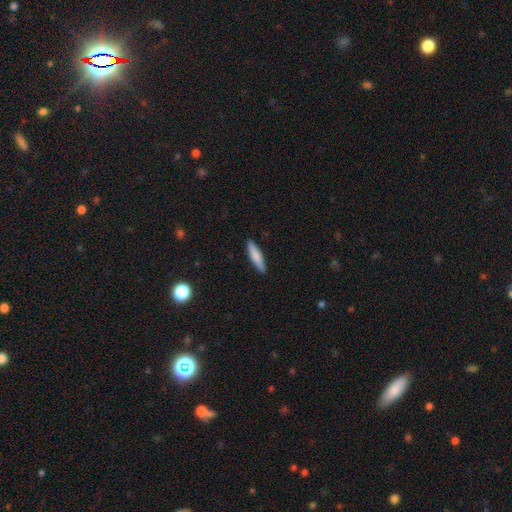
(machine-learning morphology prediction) Overall: smooth (80%). How rounded: cigar-shaped (83%). Merging: none (91%).